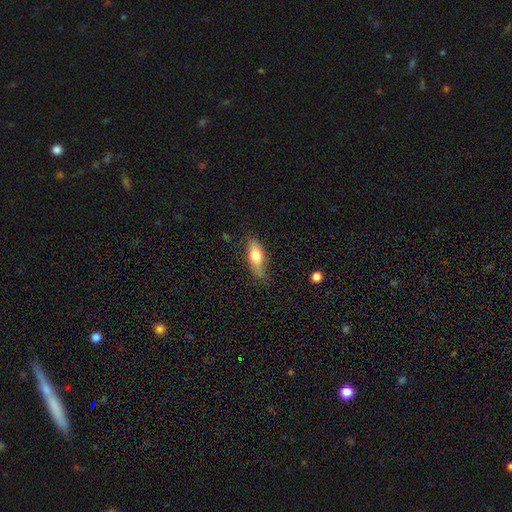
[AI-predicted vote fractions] Smooth or featured? Predicted: smooth (p=0.72). How rounded? Predicted: in between (p=0.71). Merging? Predicted: none (p=0.56).